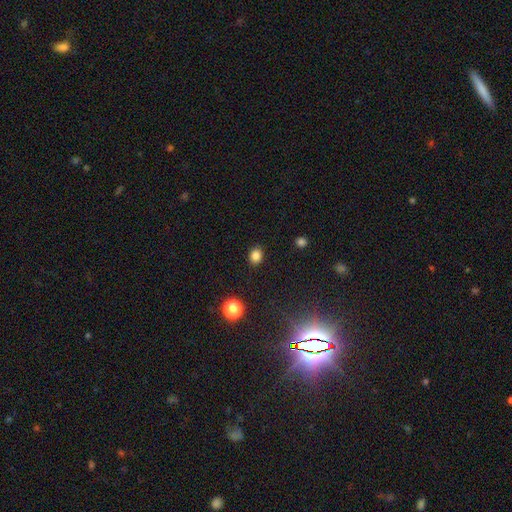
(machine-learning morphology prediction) Overall: smooth (83%). How rounded: round (58%; in between 41%). Merging: none (88%).